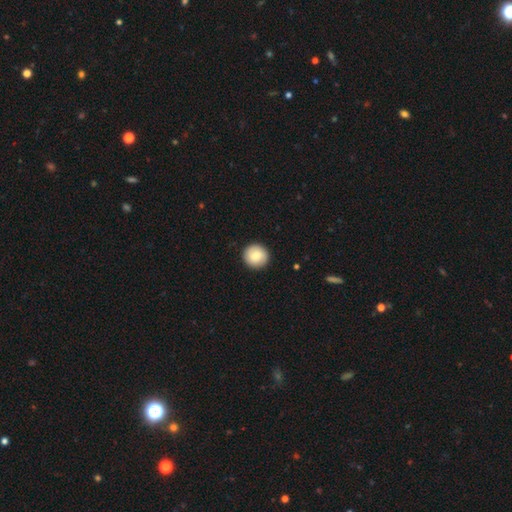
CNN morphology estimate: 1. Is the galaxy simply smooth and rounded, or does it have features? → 83% smooth, 10% featured or disk, 7% star or artifact.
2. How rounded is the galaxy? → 94% round, 5% in between, 1% cigar-shaped.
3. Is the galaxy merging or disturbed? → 92% none, 6% minor disturbance, 2% major disturbance, 1% merger.